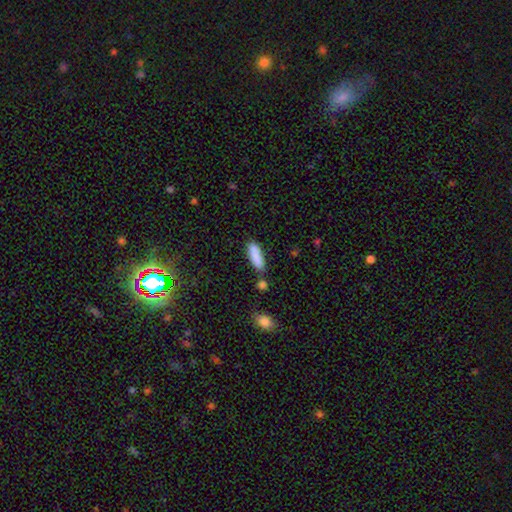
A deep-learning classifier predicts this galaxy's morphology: Smooth or featured?
  - smooth: 88% *
  - star or artifact: 7%
  - featured or disk: 6%
How rounded?
  - cigar-shaped: 50% *
  - in between: 48%
  - round: 2%
Merging?
  - none: 72% *
  - minor disturbance: 15%
  - merger: 10%
  - major disturbance: 4%